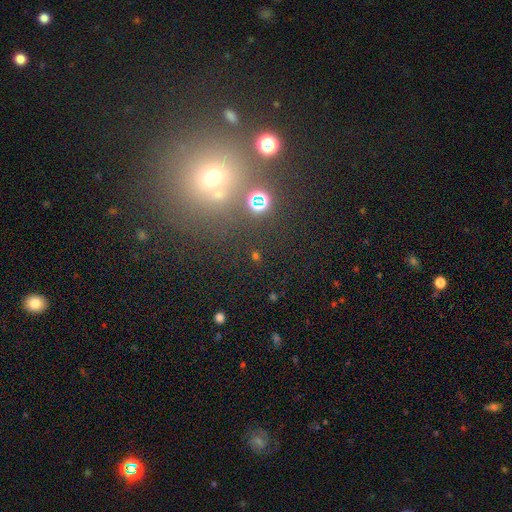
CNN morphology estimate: Overall: star or artifact (51%; smooth 40%).